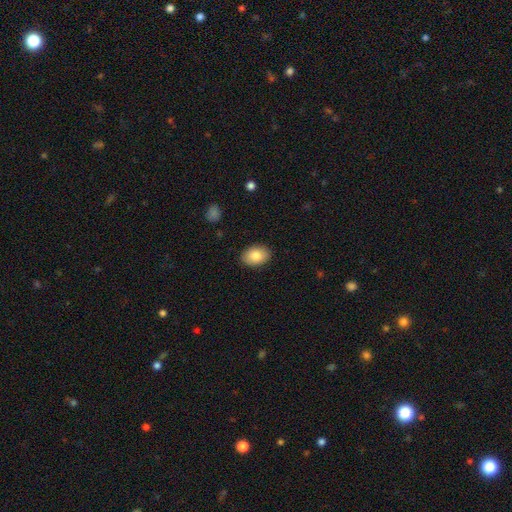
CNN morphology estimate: smooth_or_featured: smooth (p=0.84) [alt: featured or disk p=0.09]
how_rounded: in between (p=0.83) [alt: round p=0.16]
merging: none (p=0.88) [alt: minor disturbance p=0.09]